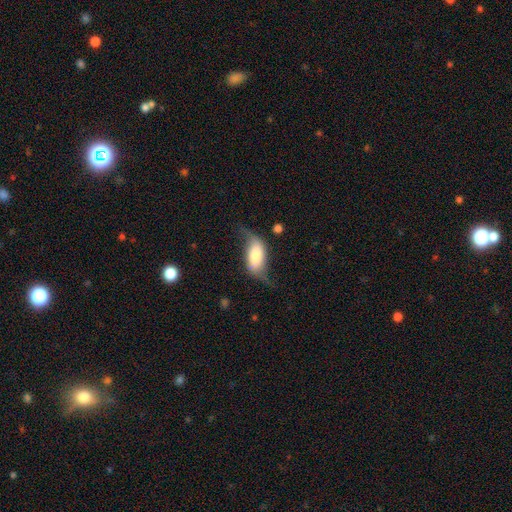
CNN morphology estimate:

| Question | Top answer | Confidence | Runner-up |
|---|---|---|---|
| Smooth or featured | smooth | 51% | featured or disk (42%) |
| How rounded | in between | 88% | cigar-shaped (9%) |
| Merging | none | 41% | minor disturbance (33%) |